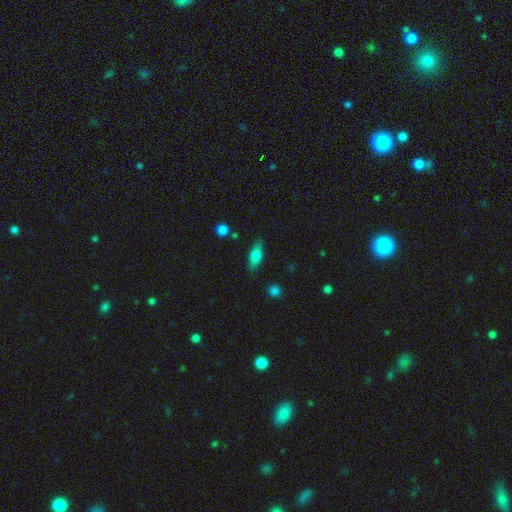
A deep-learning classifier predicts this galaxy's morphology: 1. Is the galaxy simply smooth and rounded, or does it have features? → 73% smooth, 20% featured or disk, 7% star or artifact.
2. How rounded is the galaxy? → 73% in between, 23% cigar-shaped, 4% round.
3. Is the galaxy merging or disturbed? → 83% none, 12% minor disturbance, 3% major disturbance, 2% merger.